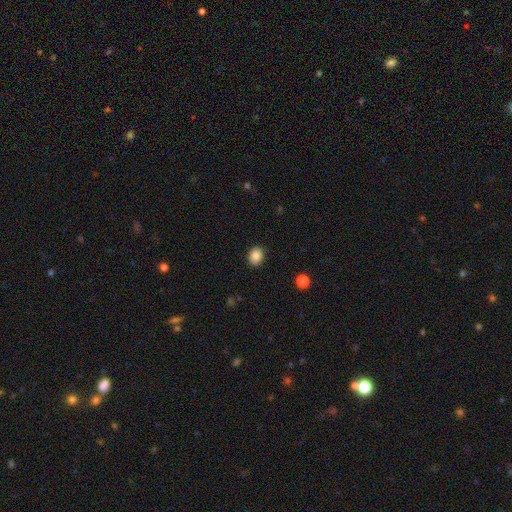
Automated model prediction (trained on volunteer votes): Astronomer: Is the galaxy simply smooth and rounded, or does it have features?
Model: smooth — 86%.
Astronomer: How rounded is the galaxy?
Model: round — 57% (runner-up: in between, 42%).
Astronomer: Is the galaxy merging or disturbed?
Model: none — 88%.